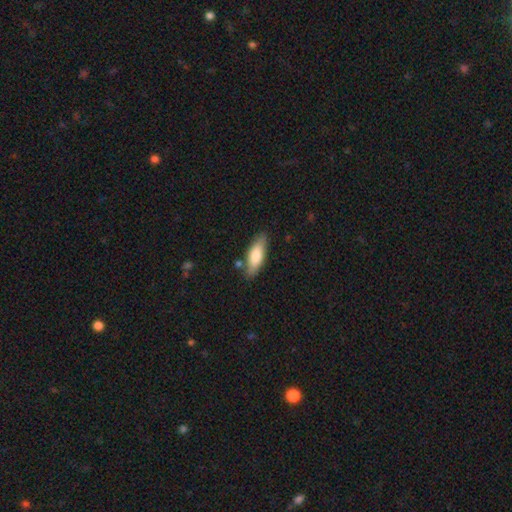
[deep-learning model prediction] smooth-or-featured: smooth: 78% | featured or disk: 17% | star or artifact: 6%
  how-rounded: in between: 64% | cigar-shaped: 34% | round: 2%
  merging: none: 79% | minor disturbance: 15% | merger: 4% | major disturbance: 3%